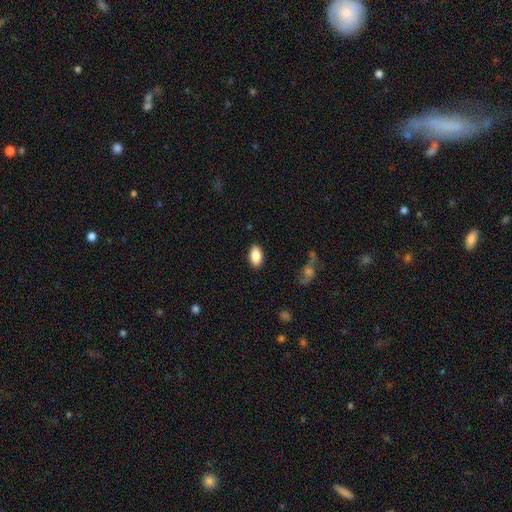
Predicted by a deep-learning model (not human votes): Smooth or featured? smooth (87%)
How rounded? in between (93%)
Merging? none (88%)